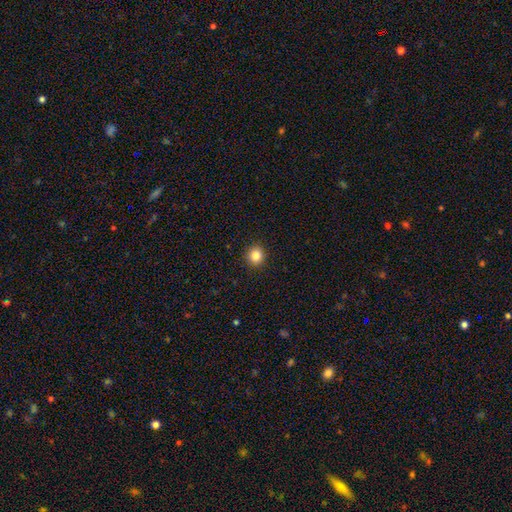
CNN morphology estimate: Q: Smooth or featured?
A: smooth (85%); runner-up: star or artifact (11%)
Q: How rounded?
A: round (88%); runner-up: in between (12%)
Q: Merging?
A: none (92%); runner-up: minor disturbance (5%)